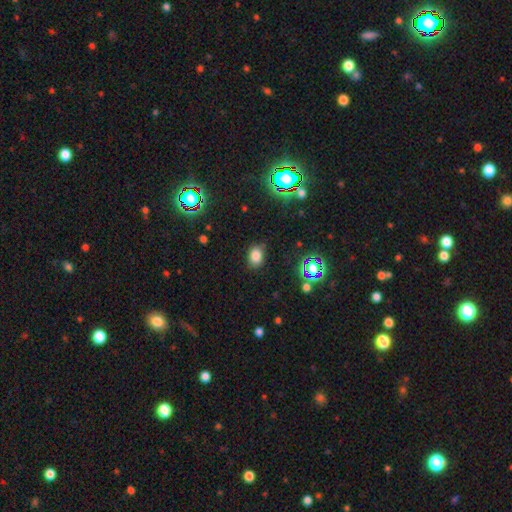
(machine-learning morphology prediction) Smooth or featured? smooth (78%)
How rounded? in between (69%)
Merging? none (81%)